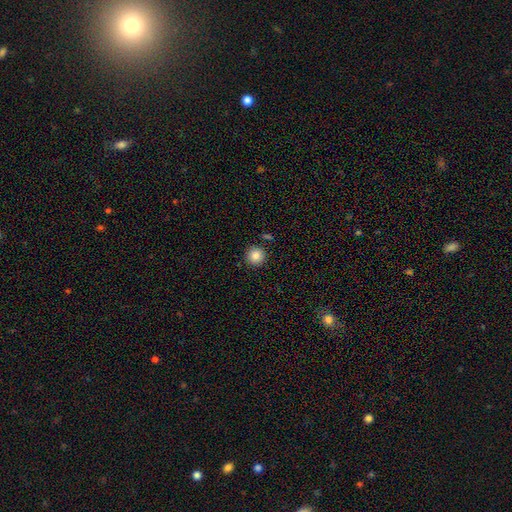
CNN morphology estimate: Smooth or featured: smooth — 86% (star or artifact — 10%)
How rounded: round — 95% (in between — 4%)
Merging: none — 89% (minor disturbance — 6%)